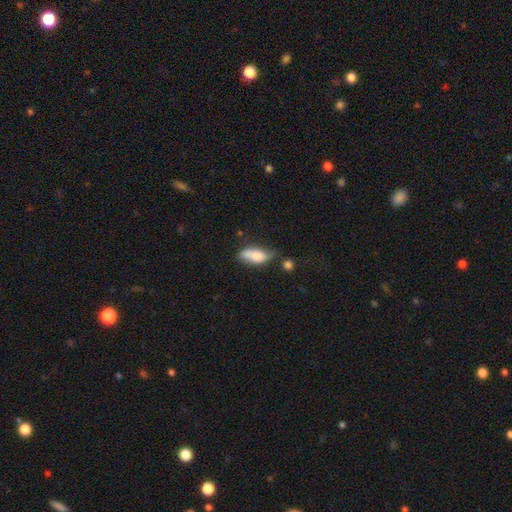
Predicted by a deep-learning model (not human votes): Morphology: type=smooth (74%); roundness=in between (76%); merging=none (45%).